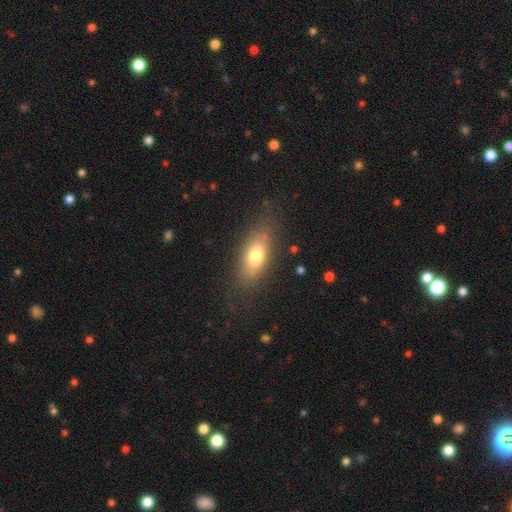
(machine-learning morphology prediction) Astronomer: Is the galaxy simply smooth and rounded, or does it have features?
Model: smooth — 69%.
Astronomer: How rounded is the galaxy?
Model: in between — 75%.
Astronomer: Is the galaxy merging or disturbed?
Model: none — 75%.